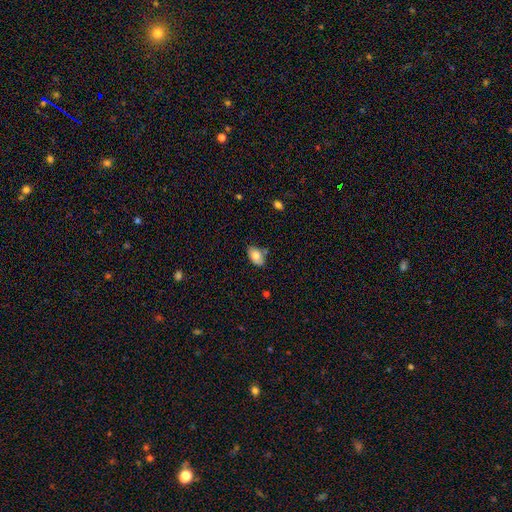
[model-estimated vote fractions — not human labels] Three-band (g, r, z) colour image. It shows a smooth galaxy with no disk features (80%) that is in between round and cigar-shaped (93%). Merging: none (76%).